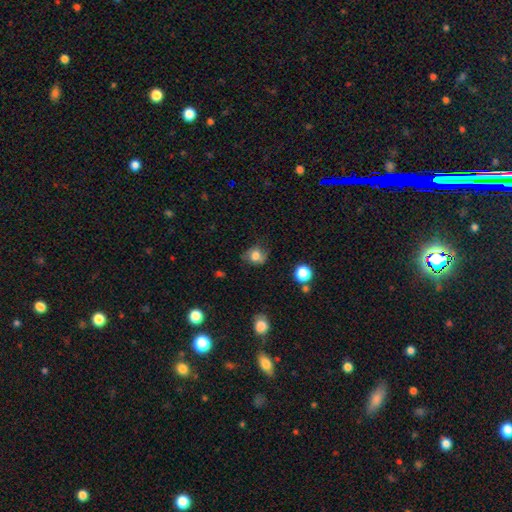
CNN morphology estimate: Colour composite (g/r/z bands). It shows a smooth galaxy with no disk features (72%) that is round (67%). Merging: none (63%).